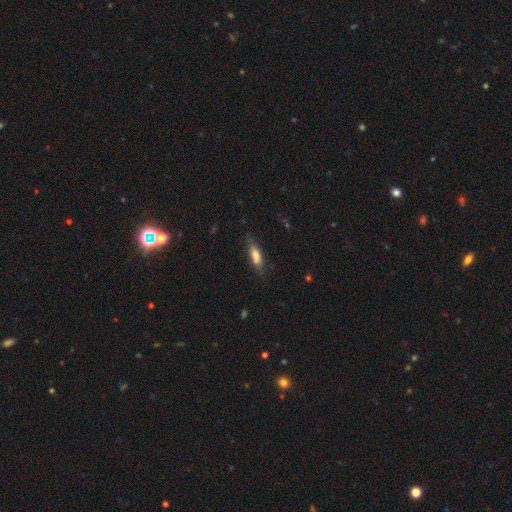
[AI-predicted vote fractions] Smooth or featured? smooth (70%)
How rounded? in between (50%)
Merging? none (71%)